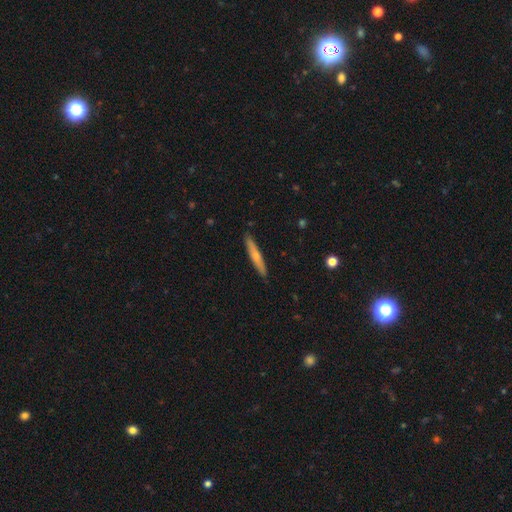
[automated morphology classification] Smooth or featured?
  - smooth: 54% *
  - featured or disk: 41%
  - star or artifact: 5%
How rounded?
  - cigar-shaped: 94% *
  - in between: 5%
  - round: 1%
Merging?
  - none: 90% *
  - minor disturbance: 8%
  - major disturbance: 1%
  - merger: 1%